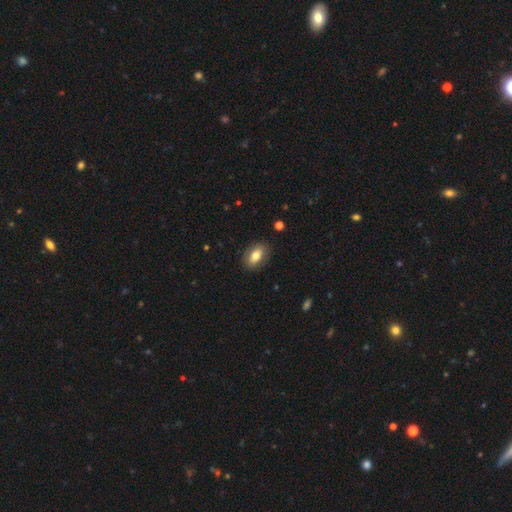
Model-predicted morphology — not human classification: Smooth or featured? Predicted: smooth (p=0.79). How rounded? Predicted: in between (p=0.88). Merging? Predicted: none (p=0.86).